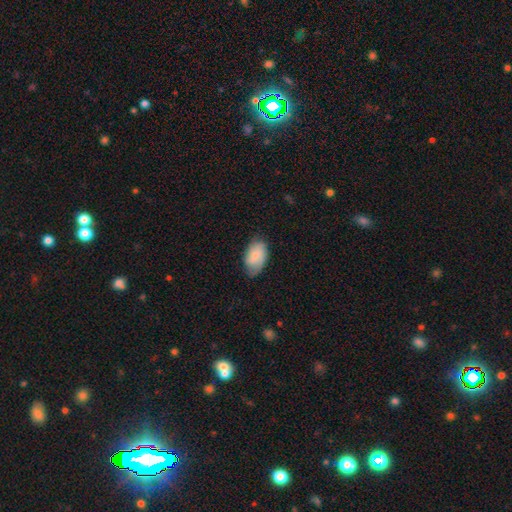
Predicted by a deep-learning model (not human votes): Overall: smooth (73%). How rounded: in between (93%). Merging: none (64%; minor disturbance 28%).